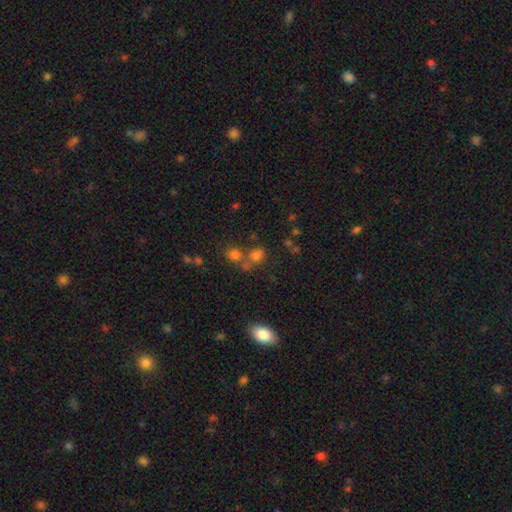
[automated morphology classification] Smooth or featured? Predicted: smooth (p=0.70). How rounded? Predicted: round (p=0.65). Merging? Predicted: none (p=0.52).